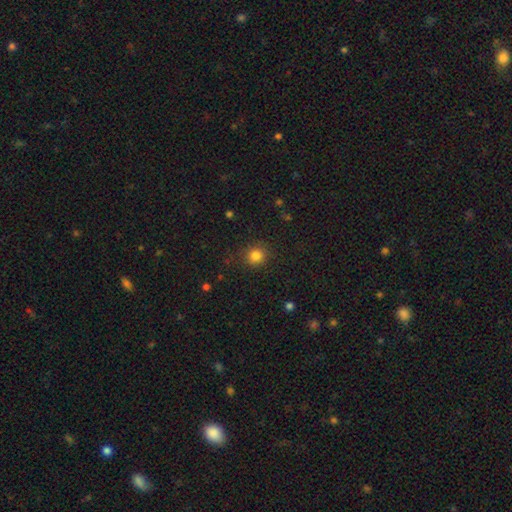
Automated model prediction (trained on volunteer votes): smooth_or_featured: smooth (p=0.83) [alt: star or artifact p=0.12]
how_rounded: round (p=0.88) [alt: in between p=0.11]
merging: none (p=0.86) [alt: minor disturbance p=0.09]